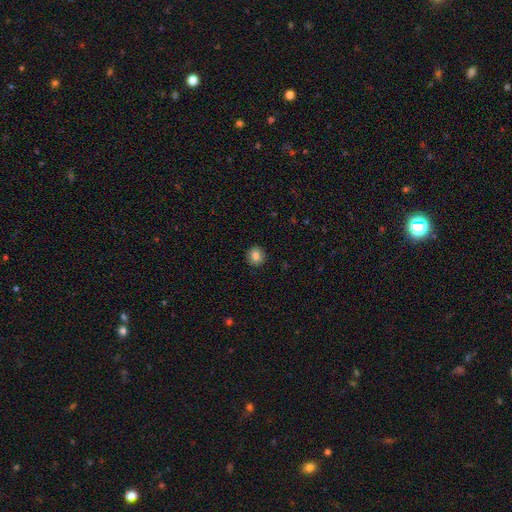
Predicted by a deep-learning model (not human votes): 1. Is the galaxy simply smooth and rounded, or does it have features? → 84% smooth, 10% star or artifact, 7% featured or disk.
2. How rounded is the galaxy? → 82% round, 17% in between, 1% cigar-shaped.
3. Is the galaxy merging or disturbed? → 91% none, 7% minor disturbance, 2% major disturbance, 1% merger.